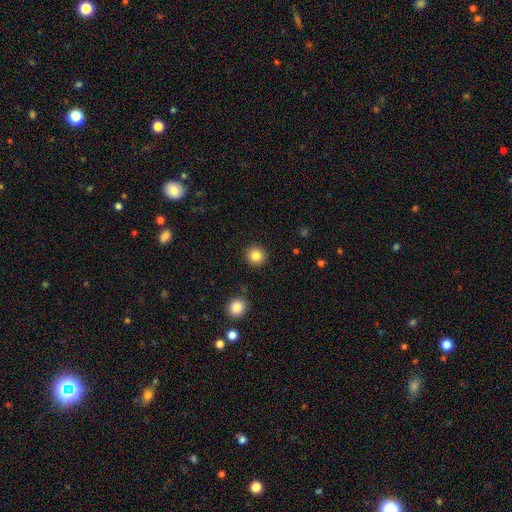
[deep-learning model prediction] Morphology: type=smooth (85%); roundness=round (94%); merging=none (91%).